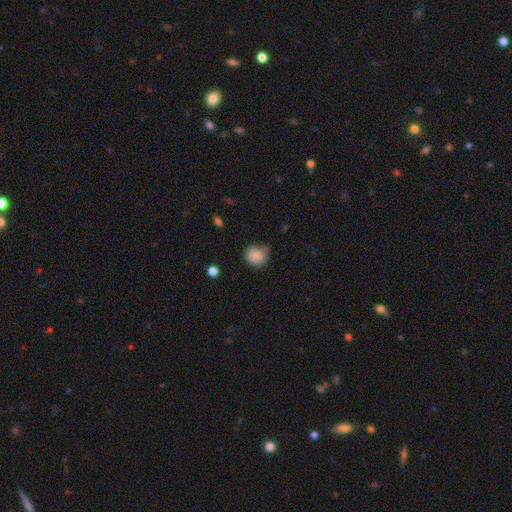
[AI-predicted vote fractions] Smooth or featured? smooth (84%)
How rounded? round (83%)
Merging? none (59%)